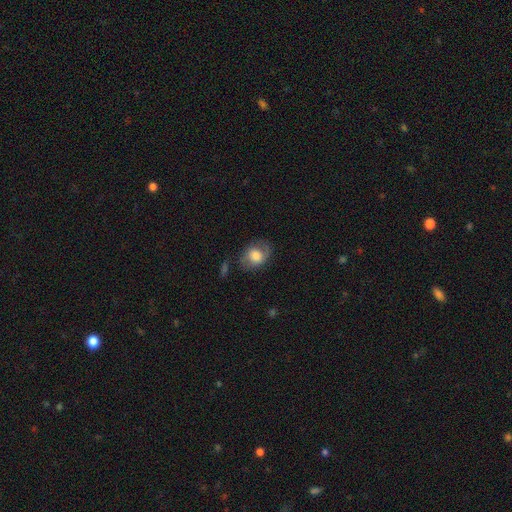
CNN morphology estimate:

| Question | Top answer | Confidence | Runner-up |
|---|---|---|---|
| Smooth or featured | smooth | 57% | featured or disk (35%) |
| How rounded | in between | 56% | round (42%) |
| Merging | none | 62% | minor disturbance (23%) |